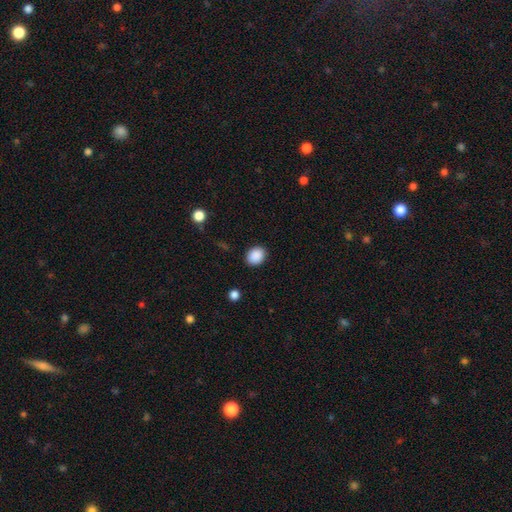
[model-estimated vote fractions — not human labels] Q: Smooth or featured?
A: smooth (89%); runner-up: star or artifact (8%)
Q: How rounded?
A: in between (51%); runner-up: round (48%)
Q: Merging?
A: none (89%); runner-up: minor disturbance (8%)